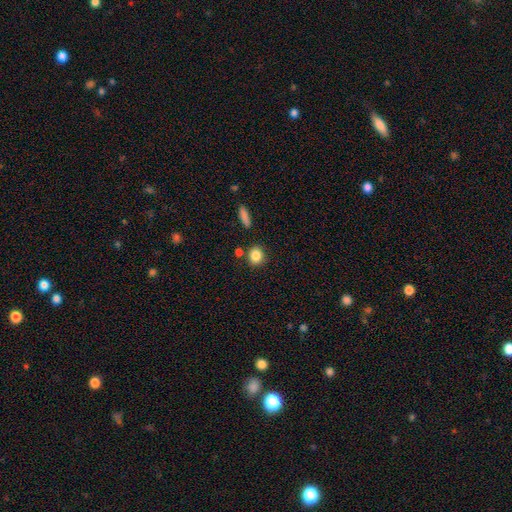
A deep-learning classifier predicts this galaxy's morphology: Smooth or featured? smooth (86%)
How rounded? round (74%)
Merging? none (81%)